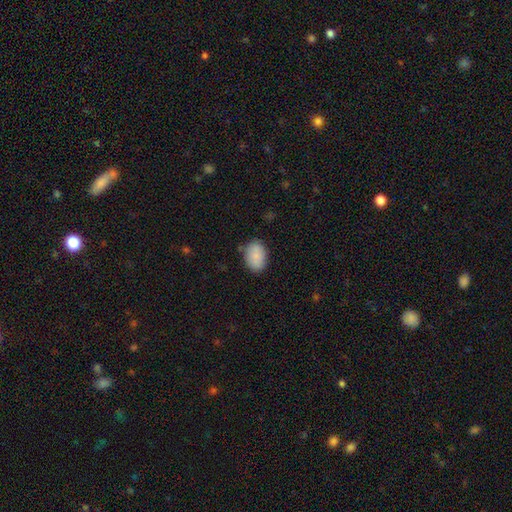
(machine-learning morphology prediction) A smooth galaxy with no disk features (87%) that is in between round and cigar-shaped (82%).

Vote fractions:
- Smooth or featured? smooth: 87% / star or artifact: 7% / featured or disk: 6%
- How rounded? in between: 82% / round: 17% / cigar-shaped: 1%
- Merging? none: 80% / minor disturbance: 14% / major disturbance: 3% / merger: 2%